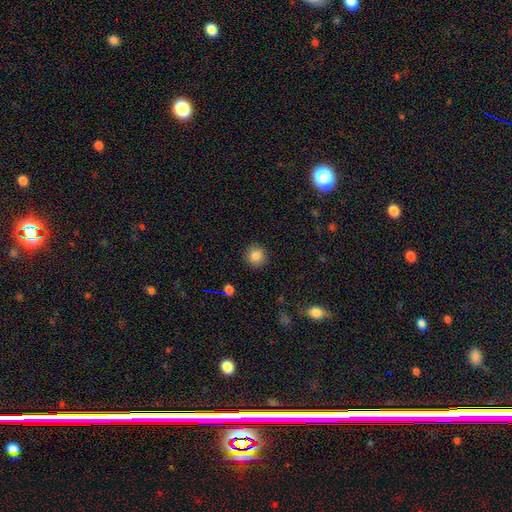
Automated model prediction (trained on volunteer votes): Smooth or featured?
  - smooth: 84% *
  - star or artifact: 11%
  - featured or disk: 5%
How rounded?
  - round: 92% *
  - in between: 7%
  - cigar-shaped: 1%
Merging?
  - none: 90% *
  - minor disturbance: 6%
  - major disturbance: 2%
  - merger: 1%